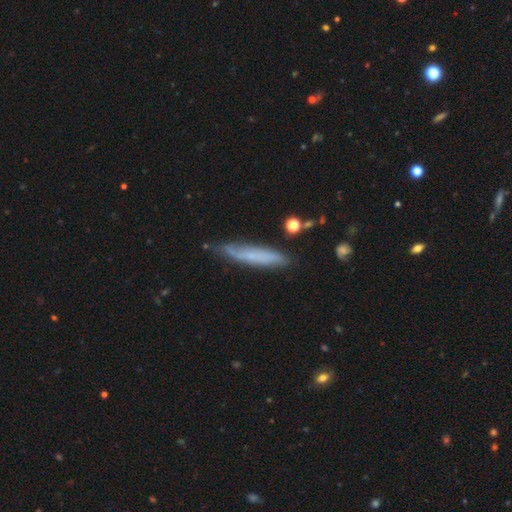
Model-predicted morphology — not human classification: smooth 54%, featured or disk 39%, star or artifact 8%. Down the decision tree: how rounded — cigar-shaped (90%); merging — none (70%).